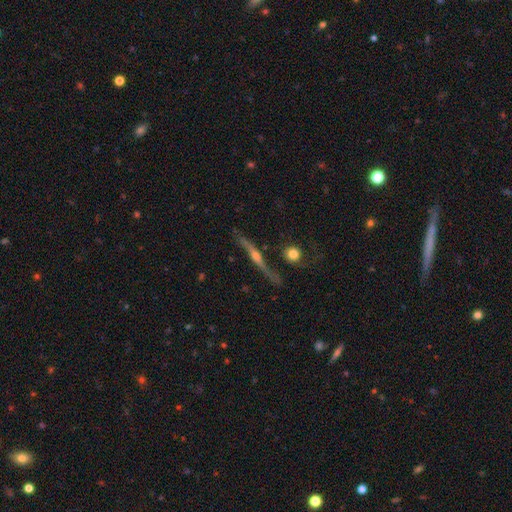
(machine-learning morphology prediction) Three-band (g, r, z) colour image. It shows a featured or disk galaxy (80%) viewed edge-on (92%) with a rounded central bulge (83%). Merging: none (73%).